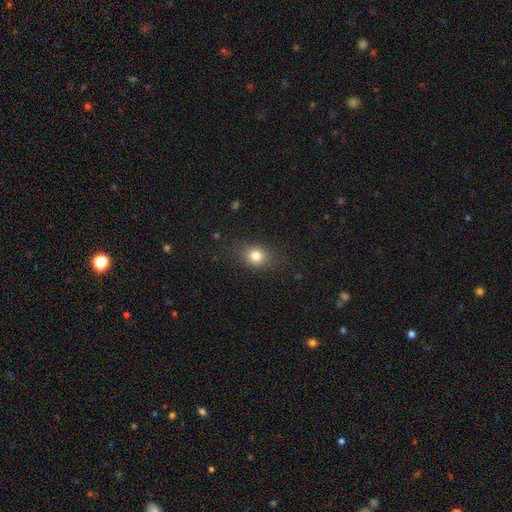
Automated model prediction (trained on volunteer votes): Q: Smooth or featured?
A: smooth (81%); runner-up: star or artifact (11%)
Q: How rounded?
A: round (56%); runner-up: in between (43%)
Q: Merging?
A: none (82%); runner-up: minor disturbance (12%)